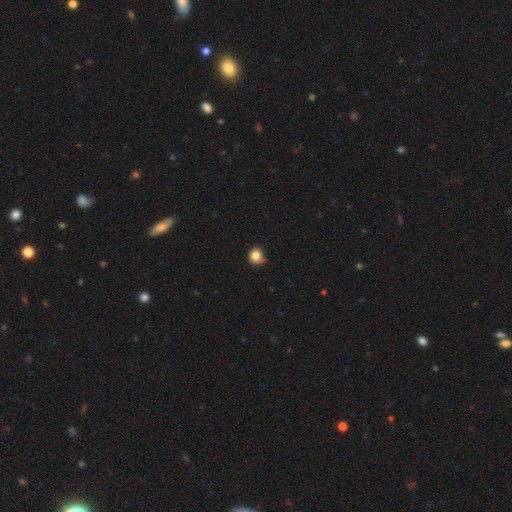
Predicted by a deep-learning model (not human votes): smooth 84%, star or artifact 11%, featured or disk 6%. Down the decision tree: how rounded — round (85%); merging — none (62%).